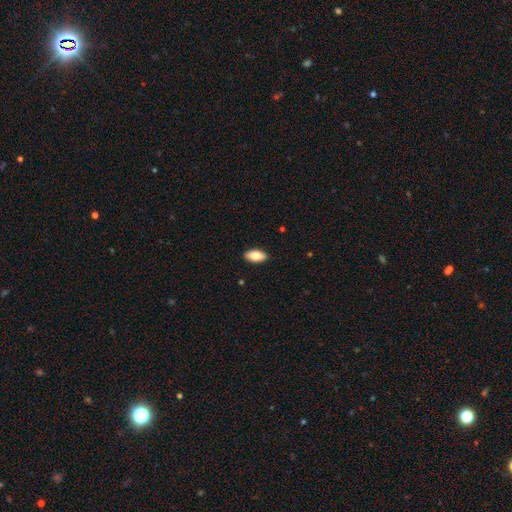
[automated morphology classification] smooth_or_featured: smooth (p=0.83) [alt: featured or disk p=0.11]
how_rounded: in between (p=0.91) [alt: cigar-shaped p=0.06]
merging: none (p=0.90) [alt: minor disturbance p=0.07]